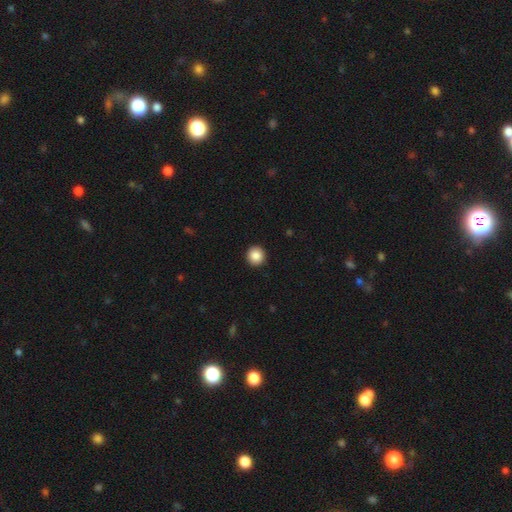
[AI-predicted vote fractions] Smooth or featured? Predicted: smooth (p=0.88). How rounded? Predicted: round (p=0.94). Merging? Predicted: none (p=0.93).